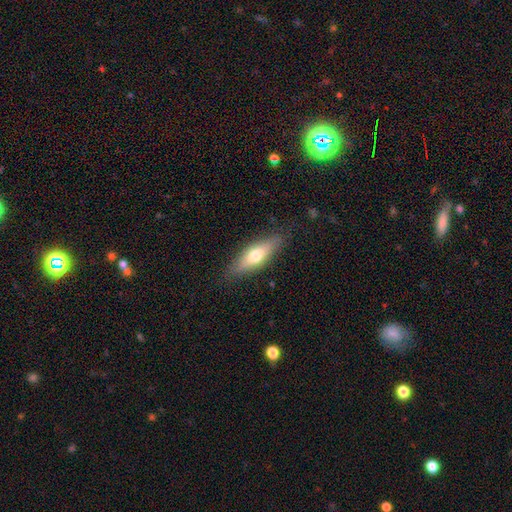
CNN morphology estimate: Overall: smooth (59%; featured or disk 35%). How rounded: cigar-shaped (49%, tied with in between). Merging: none (85%).